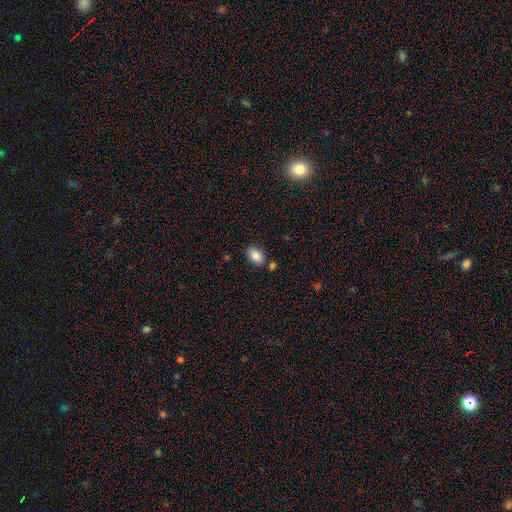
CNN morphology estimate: smooth 86%, star or artifact 8%, featured or disk 6%. Down the decision tree: how rounded — in between (81%); merging — none (78%).